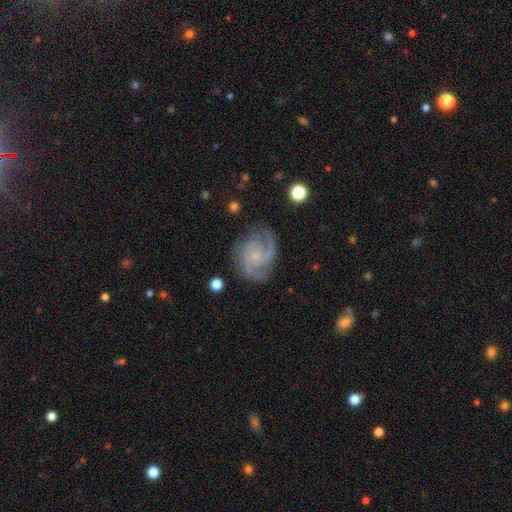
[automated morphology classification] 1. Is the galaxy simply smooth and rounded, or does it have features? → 89% featured or disk, 6% smooth, 5% star or artifact.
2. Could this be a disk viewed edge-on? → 98% no, 2% yes.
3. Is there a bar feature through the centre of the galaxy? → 72% no, 24% weak, 4% strong.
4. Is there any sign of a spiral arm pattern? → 98% yes, 2% no.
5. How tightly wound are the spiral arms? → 49% medium, 39% tight, 12% loose.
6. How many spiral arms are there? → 38% 3, 36% 2, 10% can't tell, 6% 4, 5% 1, 5% more than 4.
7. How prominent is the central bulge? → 79% small, 11% moderate, 8% none, 1% large, 1% dominant.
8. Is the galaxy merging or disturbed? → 74% none, 17% minor disturbance, 8% major disturbance, 2% merger.